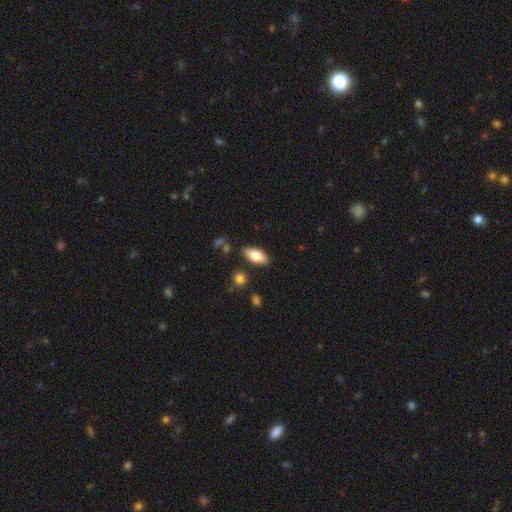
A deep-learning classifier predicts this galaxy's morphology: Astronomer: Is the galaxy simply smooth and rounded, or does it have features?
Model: smooth — 73%.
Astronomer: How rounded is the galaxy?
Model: in between — 81%.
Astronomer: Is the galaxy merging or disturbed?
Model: none — 84%.